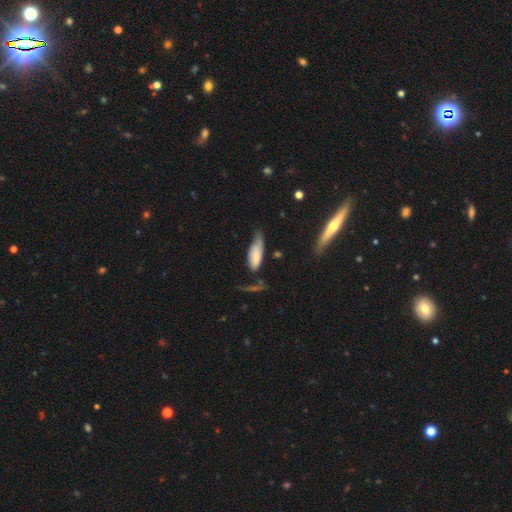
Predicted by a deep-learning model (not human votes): Morphology: type=smooth (72%); roundness=in between (67%); merging=minor disturbance (38%).